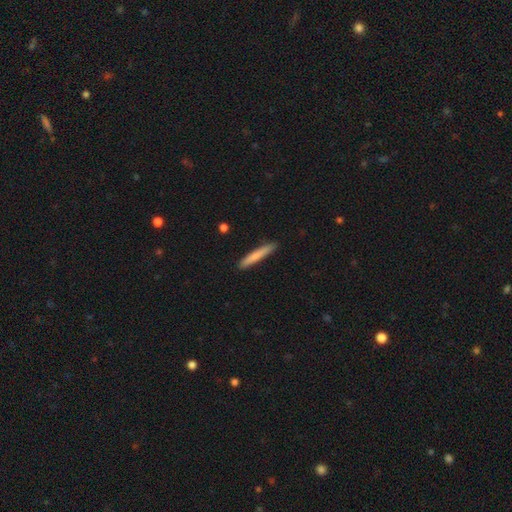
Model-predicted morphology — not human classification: smooth 77%, featured or disk 18%, star or artifact 5%. Down the decision tree: how rounded — cigar-shaped (95%); merging — none (88%).